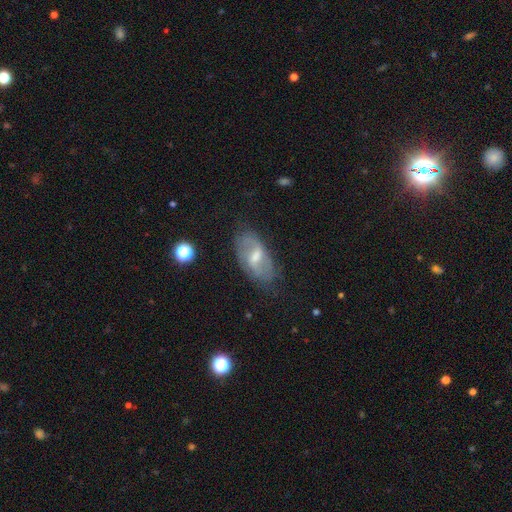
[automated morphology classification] A featured or disk galaxy (63%) with a weak bar (57%), spiral arms (71%) and a moderate central bulge (50%).

Vote fractions:
- Smooth or featured? featured or disk: 63% / smooth: 29% / star or artifact: 8%
- Edge-on disk? no: 92% / yes: 8%
- Bar? weak: 57% / strong: 28% / no: 15%
- Spiral arms? yes: 71% / no: 29%
- Bulge size? moderate: 50% / small: 34% / none: 9% / large: 5% / dominant: 1%
- Merging? none: 69% / minor disturbance: 21% / major disturbance: 8% / merger: 2%